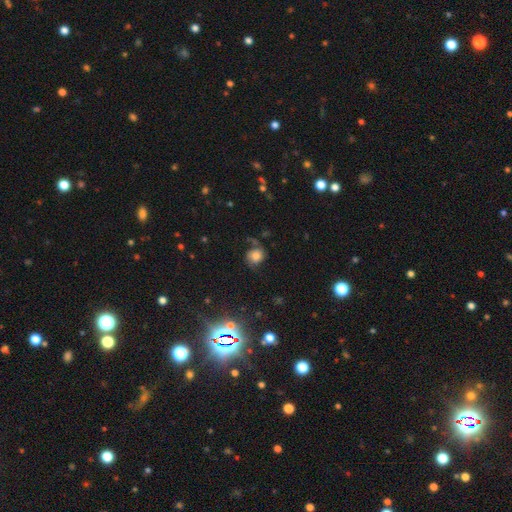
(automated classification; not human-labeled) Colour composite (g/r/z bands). It shows a smooth galaxy with no disk features (49%). Merging: none (58%).